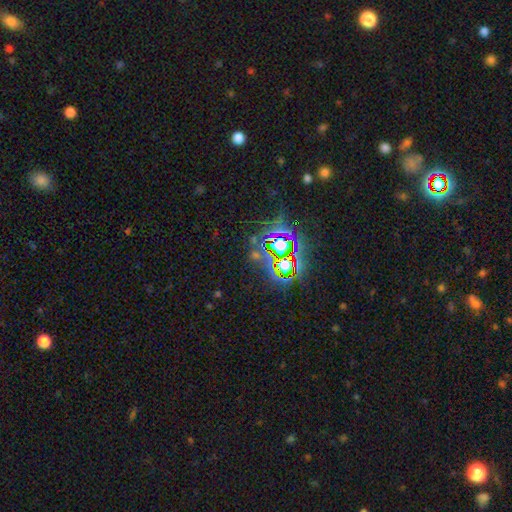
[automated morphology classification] star or artifact 80%, smooth 11%, featured or disk 9%.